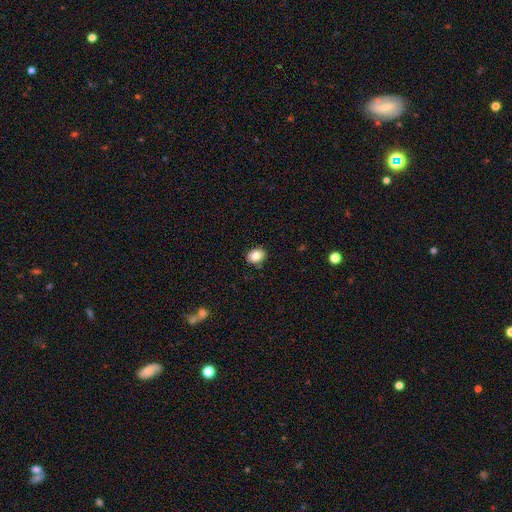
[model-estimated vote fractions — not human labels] Smooth or featured?
  - smooth: 83% *
  - star or artifact: 9%
  - featured or disk: 8%
How rounded?
  - in between: 58% *
  - round: 41%
  - cigar-shaped: 1%
Merging?
  - none: 88% *
  - minor disturbance: 9%
  - major disturbance: 2%
  - merger: 1%